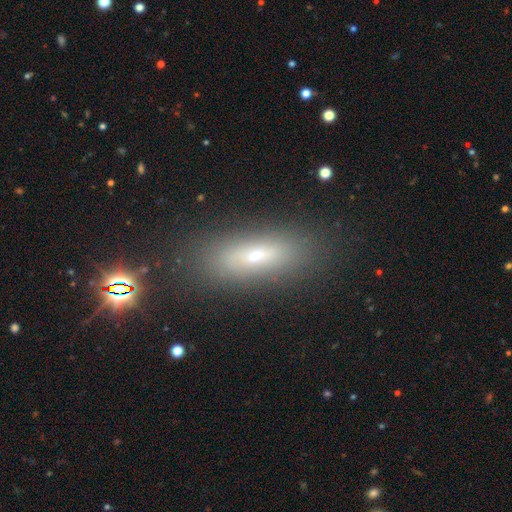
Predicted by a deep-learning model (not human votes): This appears to be a smooth galaxy with no disk features (56%) that is in between round and cigar-shaped (48%). Merging: none (85%).